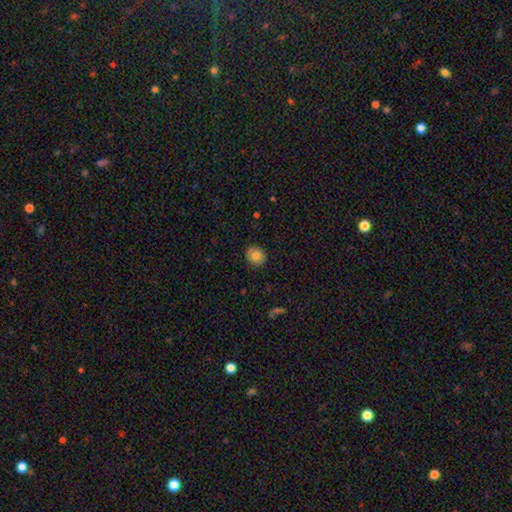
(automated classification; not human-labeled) Overall: smooth (82%). How rounded: round (75%). Merging: none (87%).